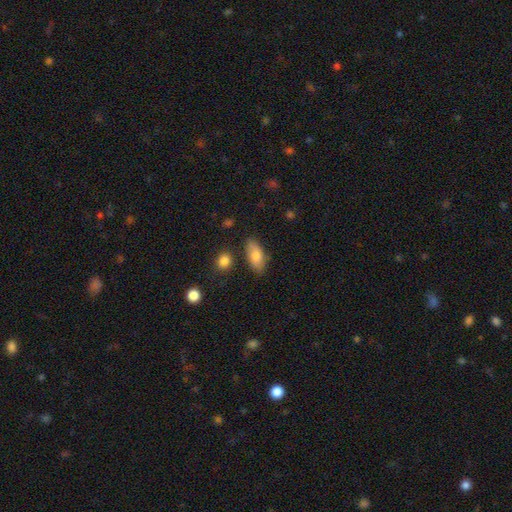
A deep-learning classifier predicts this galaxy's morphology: Smooth or featured? Predicted: smooth (p=0.82). How rounded? Predicted: in between (p=0.87). Merging? Predicted: none (p=0.78).